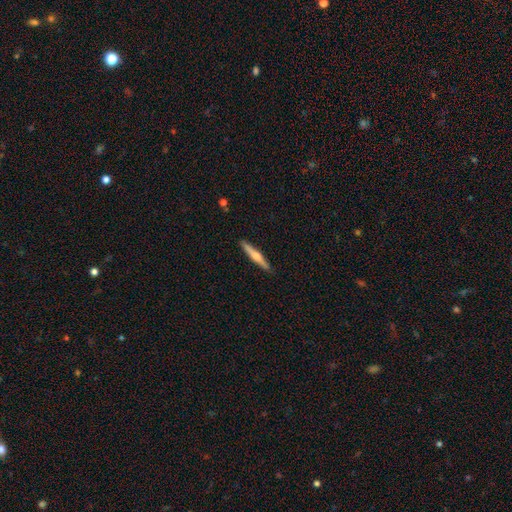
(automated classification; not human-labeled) Smooth or featured?
  - featured or disk: 55% *
  - smooth: 40%
  - star or artifact: 5%
Edge-on disk?
  - yes: 97% *
  - no: 3%
Edge-on bulge?
  - rounded: 81% *
  - none: 11%
  - boxy: 8%
Merging?
  - none: 91% *
  - minor disturbance: 7%
  - major disturbance: 1%
  - merger: 1%